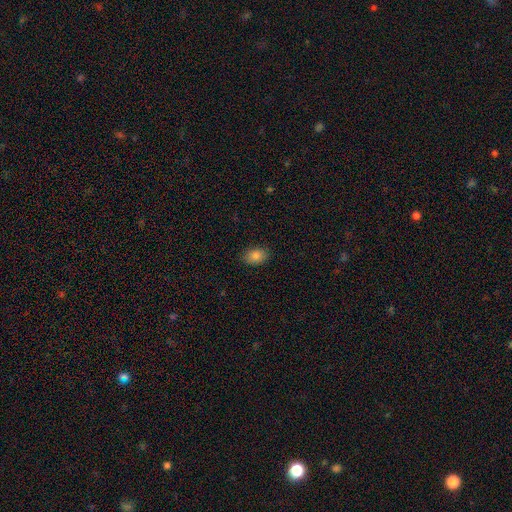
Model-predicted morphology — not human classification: Smooth or featured? smooth (83%)
How rounded? in between (80%)
Merging? none (87%)